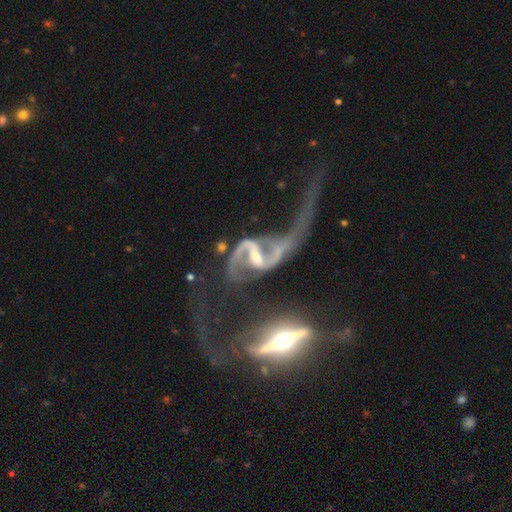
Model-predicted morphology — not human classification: smooth_or_featured: featured or disk (p=0.87) [alt: star or artifact p=0.07]
disk_edge_on: no (p=0.96) [alt: yes p=0.04]
bar: strong (p=0.50) [alt: weak p=0.37]
has_spiral_arms: yes (p=0.93) [alt: no p=0.07]
spiral_winding: loose (p=0.63) [alt: medium p=0.28]
spiral_arm_count: 2 (p=0.89) [alt: 1 p=0.04]
bulge_size: moderate (p=0.47) [alt: small p=0.27]
merging: major disturbance (p=0.44) [alt: none p=0.26]